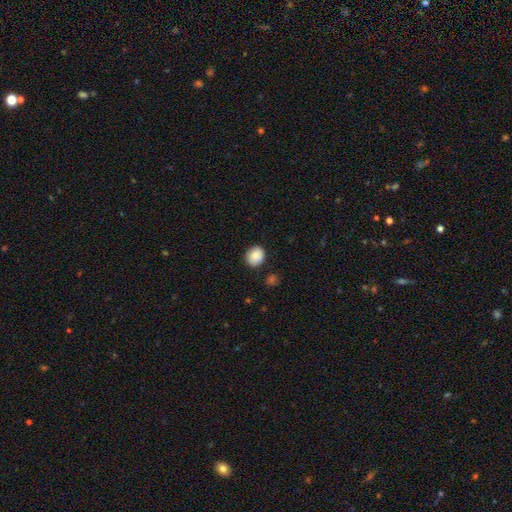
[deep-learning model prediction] This appears to be a smooth galaxy with no disk features (85%) that is round (75%). Merging: none (85%).